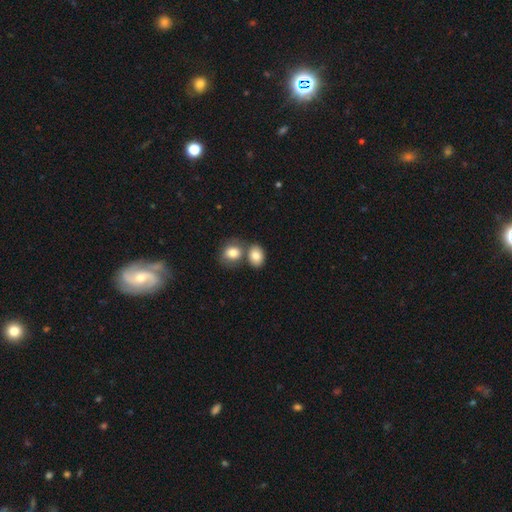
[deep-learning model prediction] Morphology: type=smooth (84%); roundness=in between (65%); merging=none (47%).